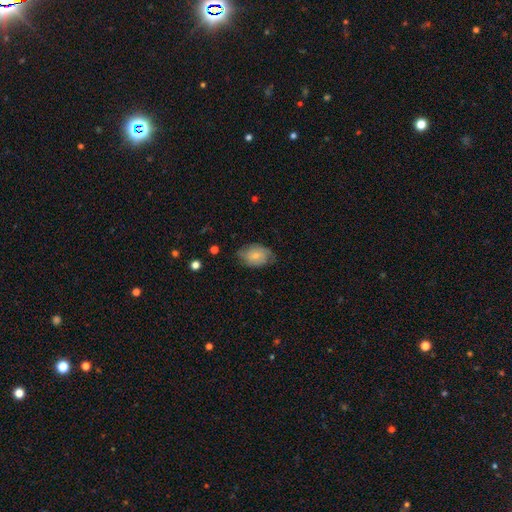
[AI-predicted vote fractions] Smooth or featured? Predicted: smooth (p=0.59). How rounded? Predicted: in between (p=0.81). Merging? Predicted: none (p=0.62).